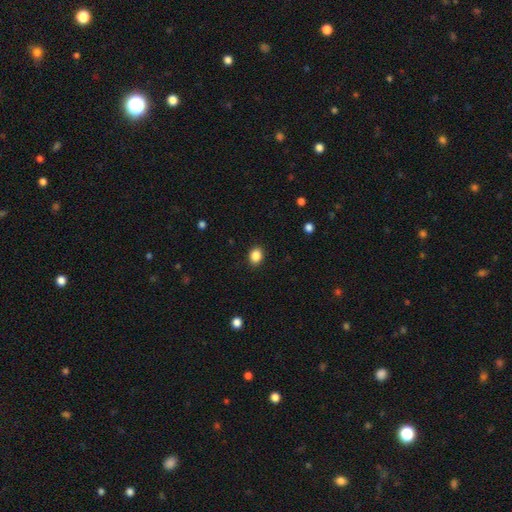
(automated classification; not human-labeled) This is clearly a smooth galaxy (87%). How rounded: possibly in between (52%). Merging: clearly none (90%).